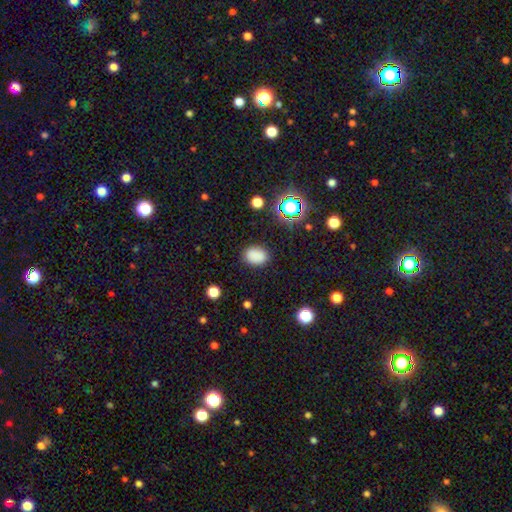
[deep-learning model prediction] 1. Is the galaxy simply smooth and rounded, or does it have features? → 83% smooth, 13% star or artifact, 4% featured or disk.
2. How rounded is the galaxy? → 75% in between, 24% round, 1% cigar-shaped.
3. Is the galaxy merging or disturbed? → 85% none, 11% minor disturbance, 3% major disturbance, 1% merger.